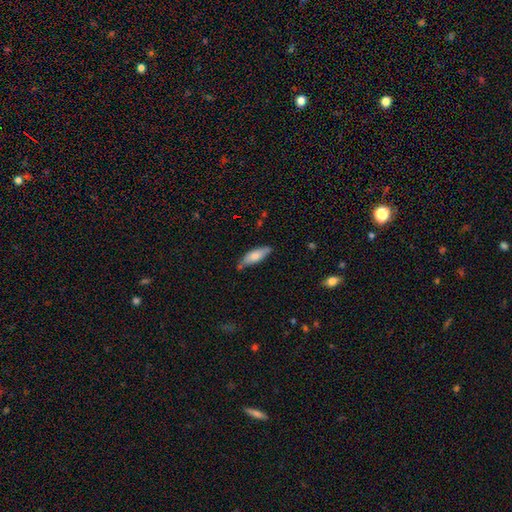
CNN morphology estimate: Q: Smooth or featured?
A: smooth (74%); runner-up: featured or disk (20%)
Q: How rounded?
A: in between (59%); runner-up: cigar-shaped (39%)
Q: Merging?
A: none (68%); runner-up: minor disturbance (24%)